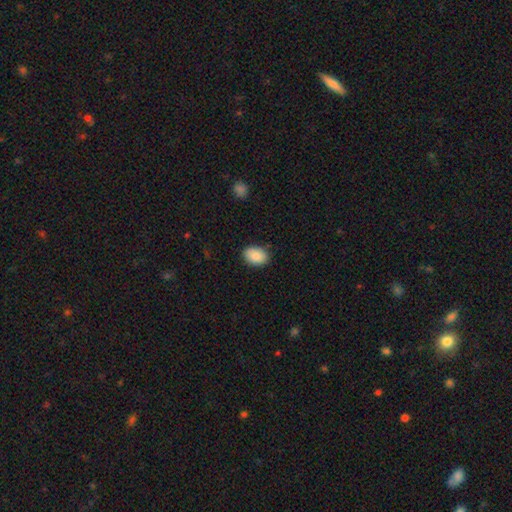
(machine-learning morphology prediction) Q: Smooth or featured?
A: smooth (89%); runner-up: star or artifact (7%)
Q: How rounded?
A: in between (83%); runner-up: round (16%)
Q: Merging?
A: none (85%); runner-up: minor disturbance (12%)